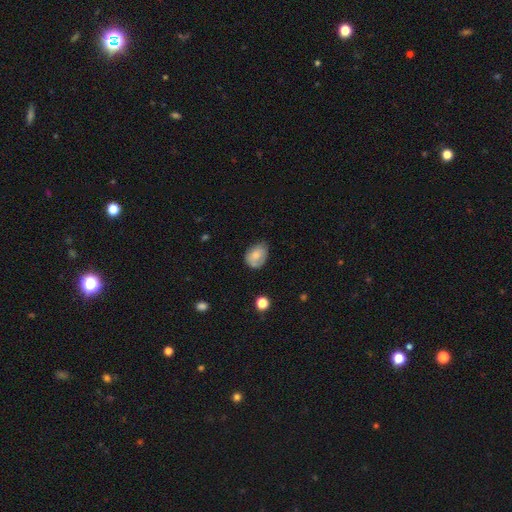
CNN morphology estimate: type=smooth (74%); roundness=in between (75%); merging=none (53%).